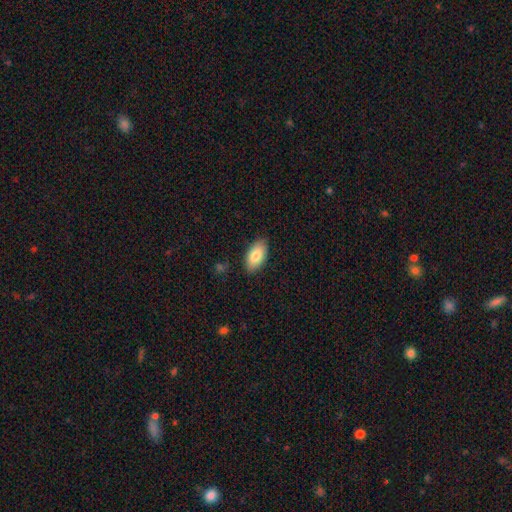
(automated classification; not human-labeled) This appears to be a smooth galaxy with no disk features (83%) that is in between round and cigar-shaped (93%). Merging: none (86%).